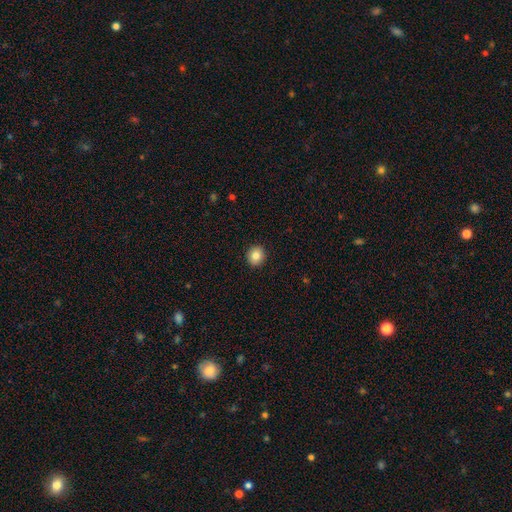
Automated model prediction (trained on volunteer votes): The model was most divided on "smooth or featured": smooth: 84%, star or artifact: 9%, featured or disk: 7%. More confident: merging — none (92%); how rounded — round (87%).